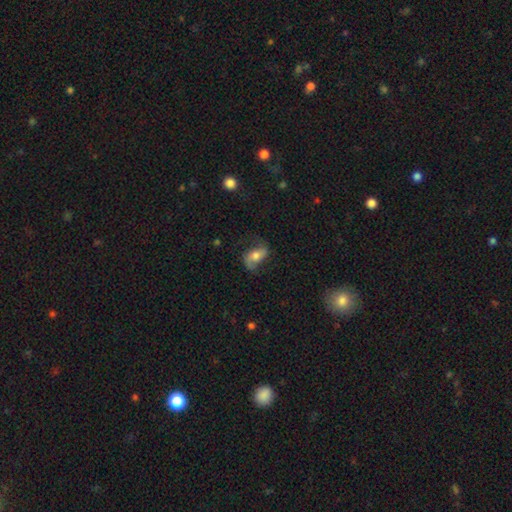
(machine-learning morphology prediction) The model was most divided on "smooth or featured": featured or disk: 52%, smooth: 39%, star or artifact: 8%. More confident: edge-on disk — no (93%); merging — none (65%).